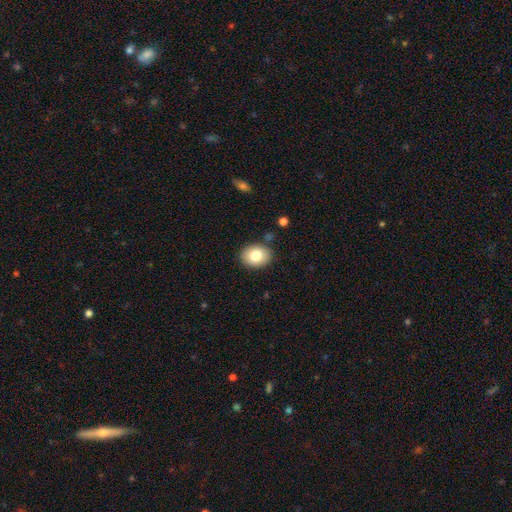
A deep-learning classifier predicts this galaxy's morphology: Smooth or featured?
  - smooth: 79% *
  - featured or disk: 12%
  - star or artifact: 8%
How rounded?
  - in between: 57% *
  - round: 42%
  - cigar-shaped: 1%
Merging?
  - none: 87% *
  - minor disturbance: 9%
  - major disturbance: 2%
  - merger: 2%